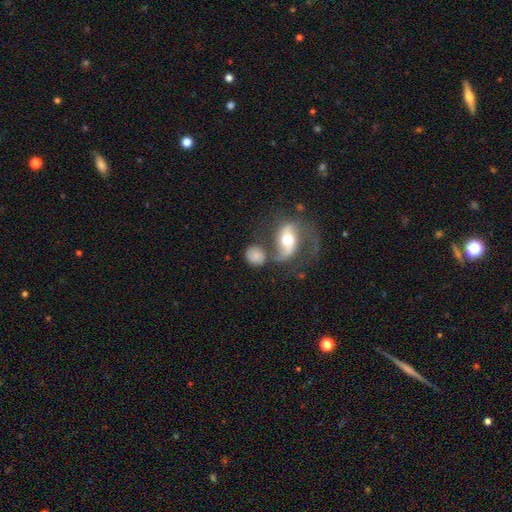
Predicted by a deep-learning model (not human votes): A smooth galaxy with no disk features (55%) that is round (64%).

Vote fractions:
- Smooth or featured? smooth: 55% / featured or disk: 35% / star or artifact: 9%
- How rounded? round: 64% / in between: 34% / cigar-shaped: 2%
- Merging? none: 49% / merger: 26% / minor disturbance: 14% / major disturbance: 11%